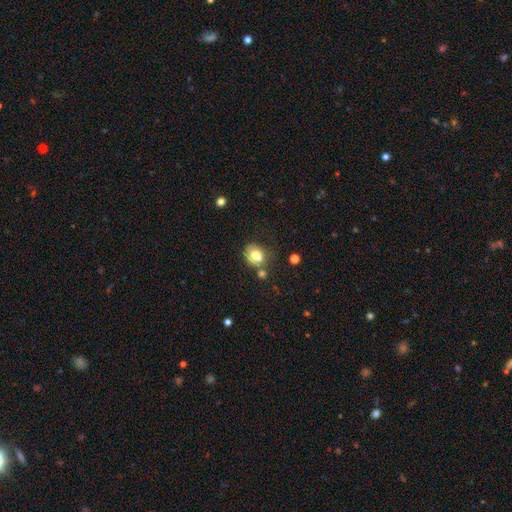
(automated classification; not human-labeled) A smooth galaxy with no disk features (75%) that is round (62%).

Vote fractions:
- Smooth or featured? smooth: 75% / featured or disk: 15% / star or artifact: 10%
- How rounded? round: 62% / in between: 37% / cigar-shaped: 1%
- Merging? none: 53% / minor disturbance: 20% / merger: 20% / major disturbance: 7%